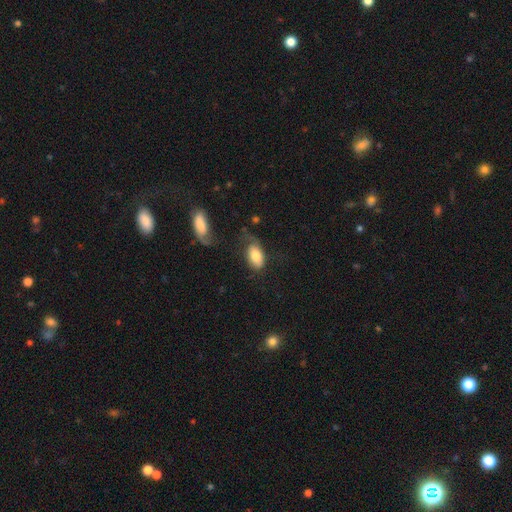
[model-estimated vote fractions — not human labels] smooth_or_featured: smooth (p=0.75) [alt: featured or disk p=0.19]
how_rounded: in between (p=0.92) [alt: round p=0.06]
merging: none (p=0.39) [alt: minor disturbance p=0.26]